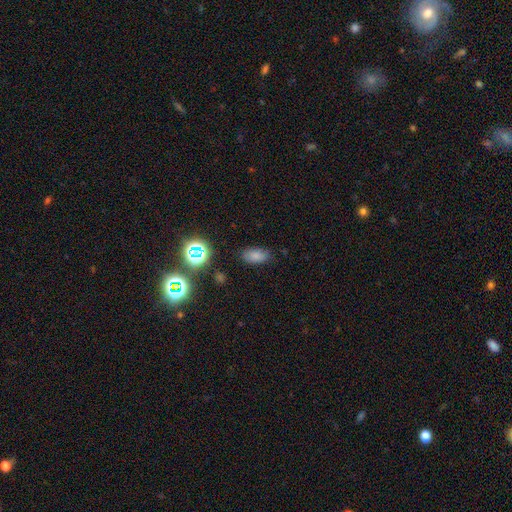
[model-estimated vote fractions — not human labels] This appears to be a smooth galaxy with no disk features (75%) that is in between round and cigar-shaped (90%). Merging: none (82%).